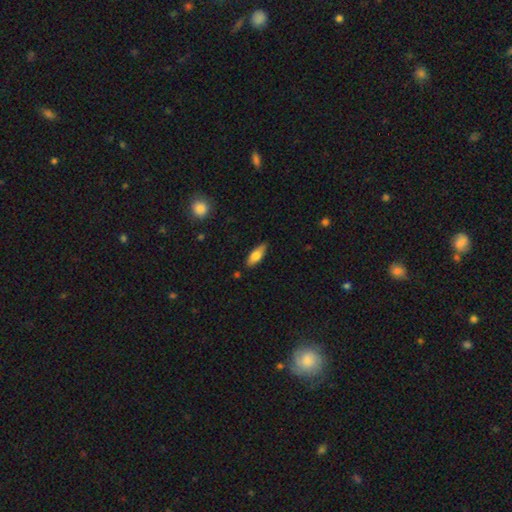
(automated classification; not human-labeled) This appears to be a smooth galaxy with no disk features (72%) that is in between round and cigar-shaped (70%). Merging: none (83%).